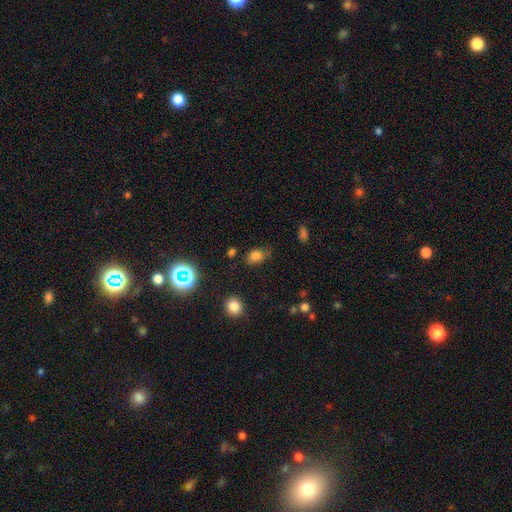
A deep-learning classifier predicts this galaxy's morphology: smooth 77%, star or artifact 16%, featured or disk 7%. Down the decision tree: how rounded — in between (77%); merging — none (69%).